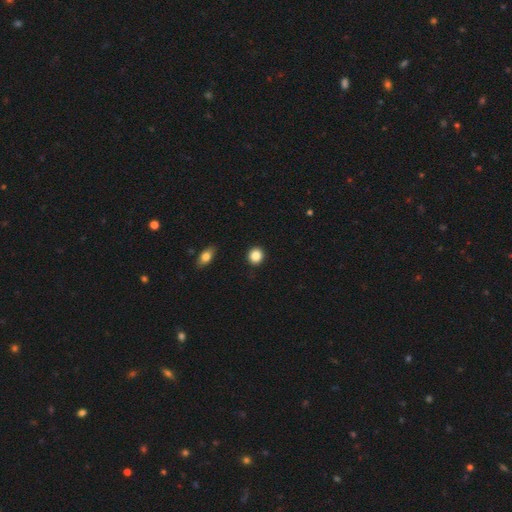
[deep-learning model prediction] smooth-or-featured: smooth: 86% | star or artifact: 9% | featured or disk: 4%
  how-rounded: round: 89% | in between: 10% | cigar-shaped: 1%
  merging: none: 92% | minor disturbance: 5% | major disturbance: 2% | merger: 1%